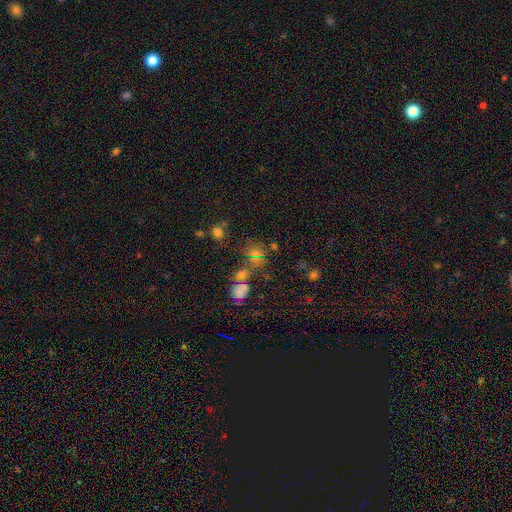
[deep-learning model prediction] Smooth or featured? smooth (50%)
How rounded? round (64%)
Merging? none (56%)